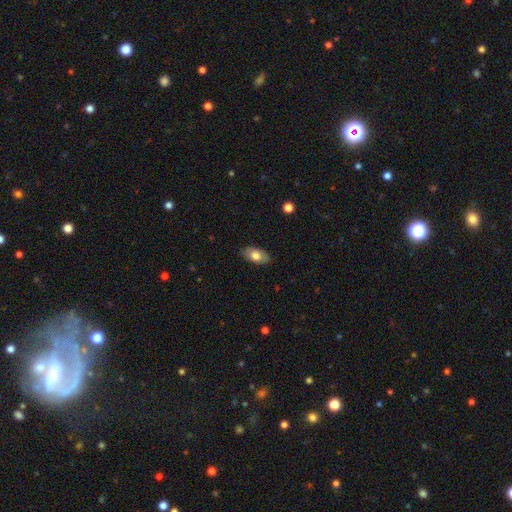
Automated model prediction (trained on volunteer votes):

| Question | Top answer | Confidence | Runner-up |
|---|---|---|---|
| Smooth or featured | smooth | 74% | featured or disk (19%) |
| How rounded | in between | 93% | round (4%) |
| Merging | none | 85% | minor disturbance (11%) |